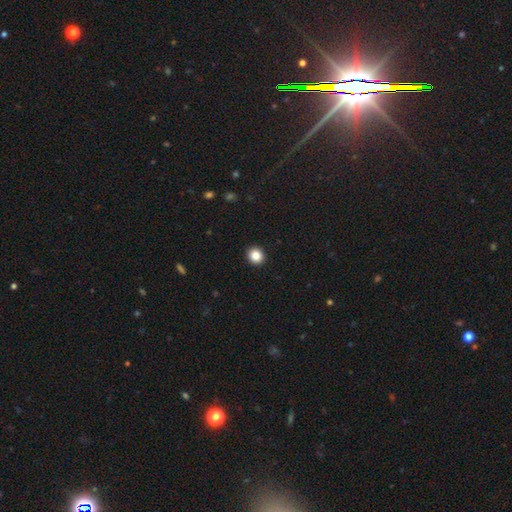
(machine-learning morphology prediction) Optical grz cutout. It shows a smooth galaxy with no disk features (86%) that is round (87%). Merging: none (93%).